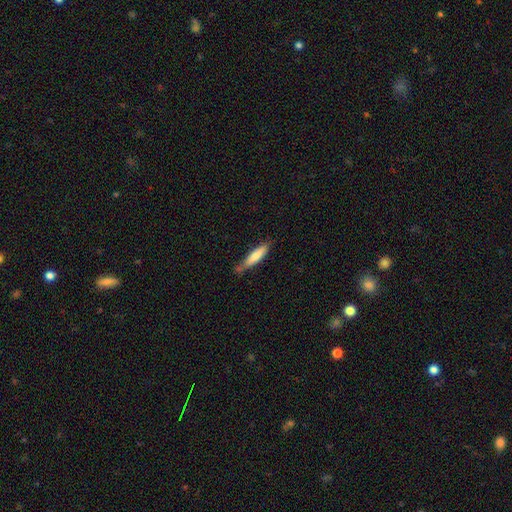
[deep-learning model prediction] Q: Smooth or featured?
A: smooth (74%); runner-up: featured or disk (20%)
Q: How rounded?
A: cigar-shaped (81%); runner-up: in between (18%)
Q: Merging?
A: none (64%); runner-up: minor disturbance (25%)